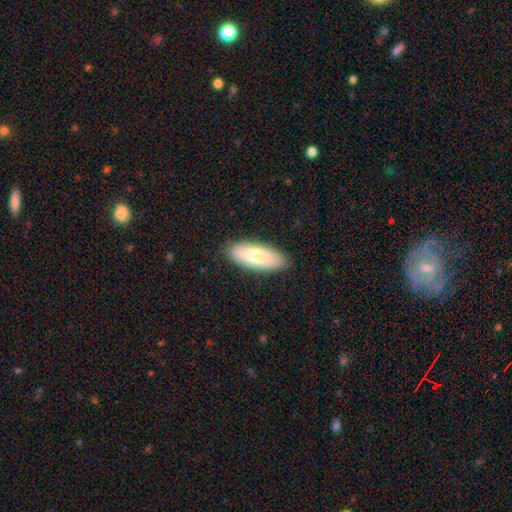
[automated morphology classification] The model was most divided on "smooth or featured": smooth: 74%, featured or disk: 20%, star or artifact: 6%. More confident: merging — none (85%); how rounded — in between (80%).